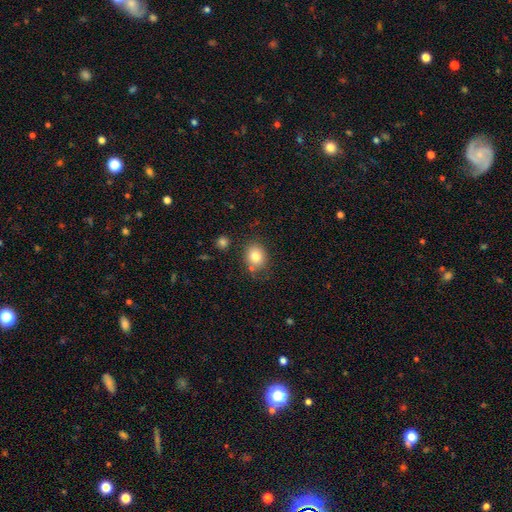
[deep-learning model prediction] This appears to be a smooth galaxy with no disk features (81%) that is round (63%). Merging: none (74%).